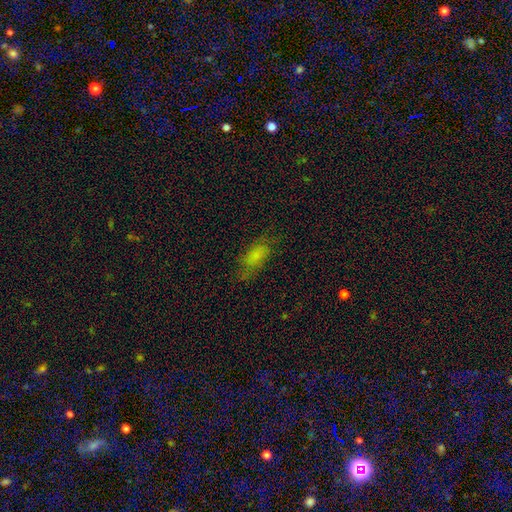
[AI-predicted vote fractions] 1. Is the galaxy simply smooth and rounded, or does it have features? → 70% smooth, 19% featured or disk, 11% star or artifact.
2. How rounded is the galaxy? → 80% in between, 17% cigar-shaped, 3% round.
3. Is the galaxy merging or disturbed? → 66% none, 23% minor disturbance, 10% major disturbance, 2% merger.